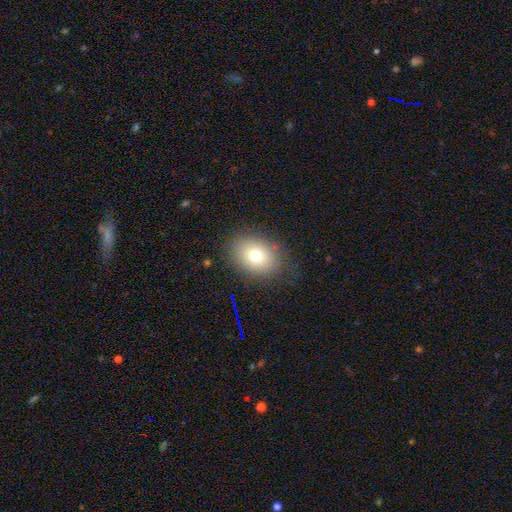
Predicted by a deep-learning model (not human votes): Morphology: type=smooth (74%); roundness=in between (66%); merging=none (80%).